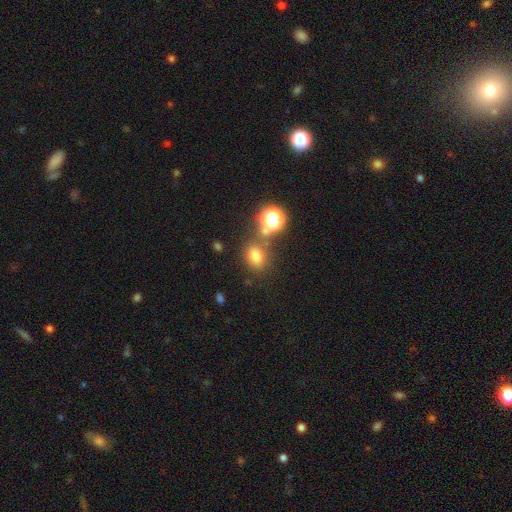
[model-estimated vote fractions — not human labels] Q: Smooth or featured?
A: smooth (71%); runner-up: star or artifact (21%)
Q: How rounded?
A: round (51%); runner-up: in between (47%)
Q: Merging?
A: none (68%); runner-up: merger (14%)